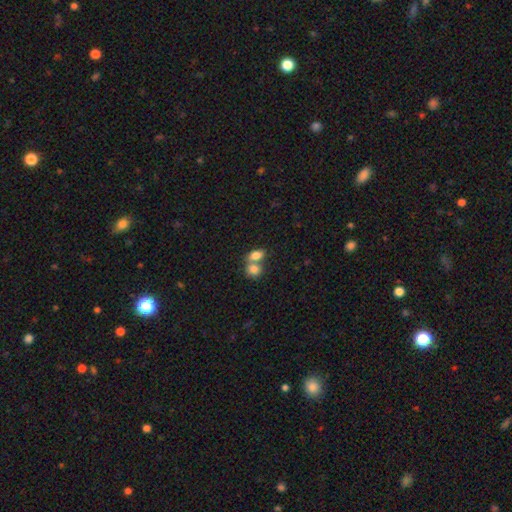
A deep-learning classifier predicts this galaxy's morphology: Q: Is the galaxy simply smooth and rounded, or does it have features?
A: smooth — 81%.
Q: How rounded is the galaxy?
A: in between — 78%.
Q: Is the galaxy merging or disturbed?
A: merger — 60%.